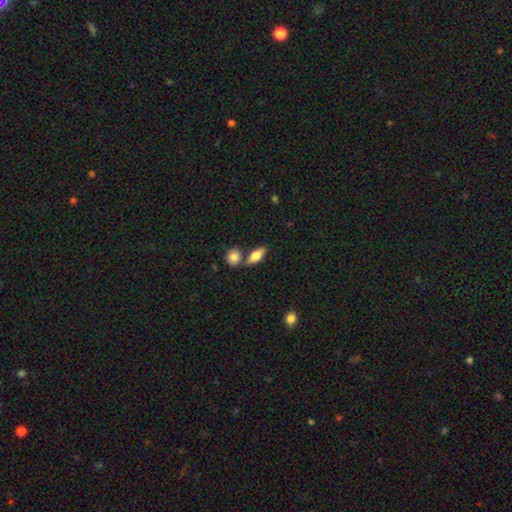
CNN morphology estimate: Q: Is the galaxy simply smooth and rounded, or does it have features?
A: smooth — 74%.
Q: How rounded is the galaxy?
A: in between — 79%.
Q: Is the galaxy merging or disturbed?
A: none — 65%.